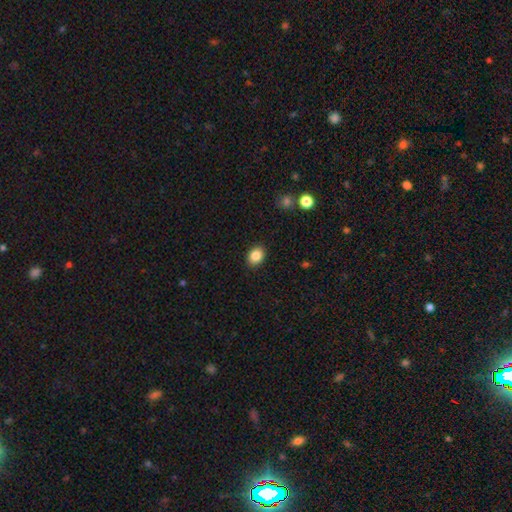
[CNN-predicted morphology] smooth-or-featured: smooth: 86% | star or artifact: 9% | featured or disk: 5%
  how-rounded: in between: 62% | round: 37% | cigar-shaped: 1%
  merging: none: 90% | minor disturbance: 7% | major disturbance: 2% | merger: 1%